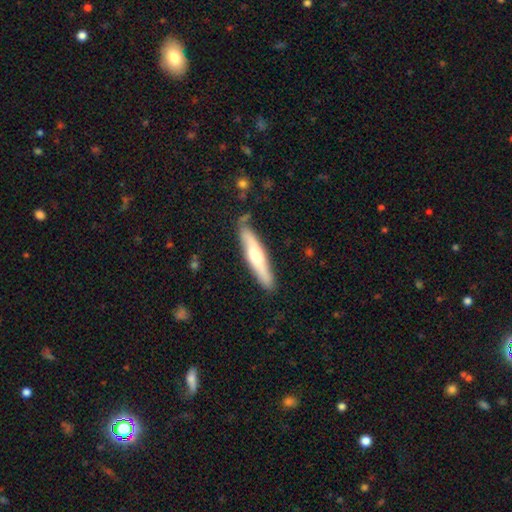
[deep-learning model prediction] This appears to be a smooth galaxy with no disk features (53%) that is cigar-shaped (88%). Merging: none (83%).